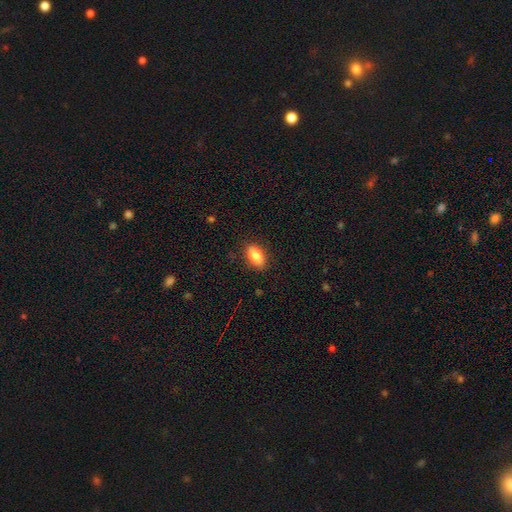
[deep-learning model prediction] Overall: smooth (83%). How rounded: in between (89%). Merging: none (88%).